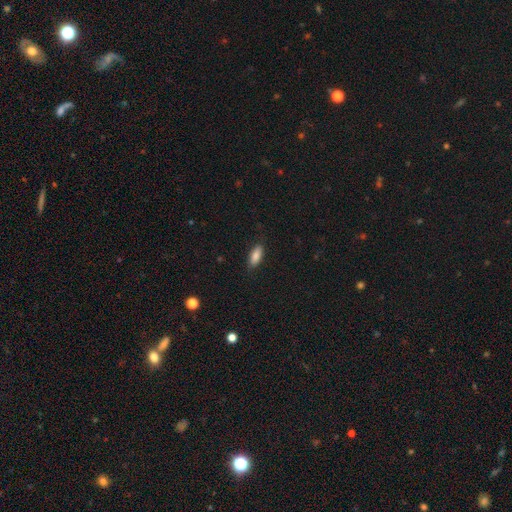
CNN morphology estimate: Smooth or featured?
  - smooth: 85% *
  - featured or disk: 8%
  - star or artifact: 7%
How rounded?
  - in between: 75% *
  - cigar-shaped: 23%
  - round: 2%
Merging?
  - none: 86% *
  - minor disturbance: 11%
  - major disturbance: 2%
  - merger: 1%